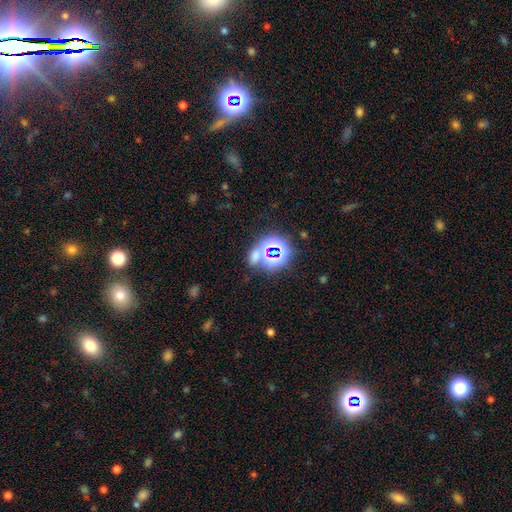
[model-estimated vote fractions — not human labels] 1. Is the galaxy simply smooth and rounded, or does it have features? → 53% star or artifact, 37% smooth, 10% featured or disk.